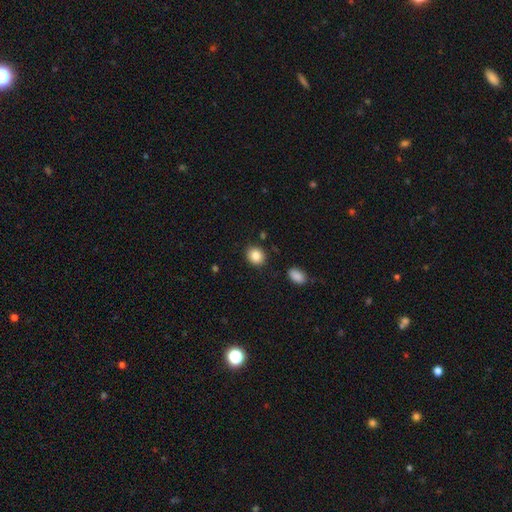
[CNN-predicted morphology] A smooth galaxy with no disk features (85%) that is round (62%).

Vote fractions:
- Smooth or featured? smooth: 85% / star or artifact: 9% / featured or disk: 6%
- How rounded? round: 62% / in between: 37% / cigar-shaped: 1%
- Merging? none: 87% / minor disturbance: 8% / merger: 3% / major disturbance: 2%